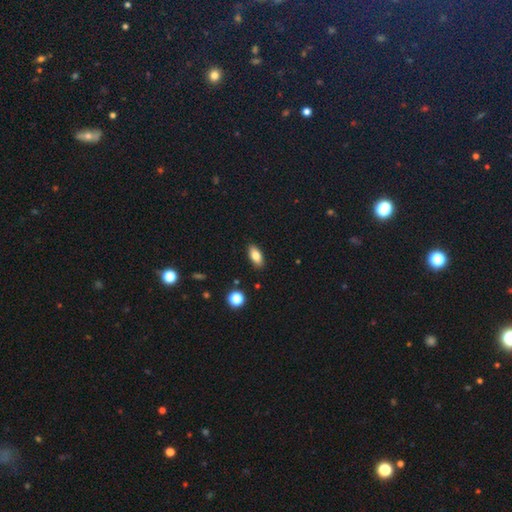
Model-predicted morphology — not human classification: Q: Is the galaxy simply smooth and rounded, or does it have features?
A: smooth — 80%.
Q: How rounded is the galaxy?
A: in between — 85%.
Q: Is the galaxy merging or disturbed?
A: none — 88%.